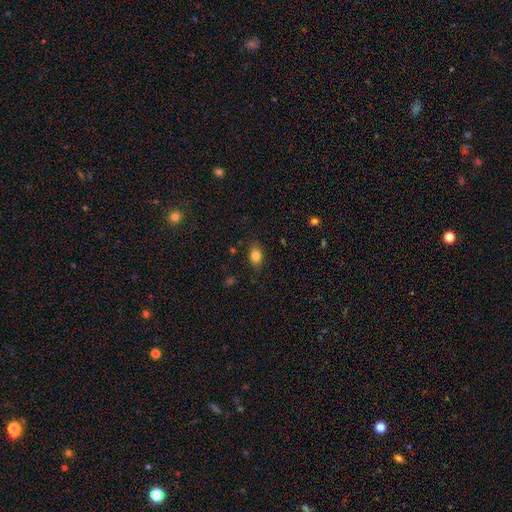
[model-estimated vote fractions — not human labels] smooth 81%, star or artifact 10%, featured or disk 9%. Down the decision tree: how rounded — in between (80%); merging — none (85%).